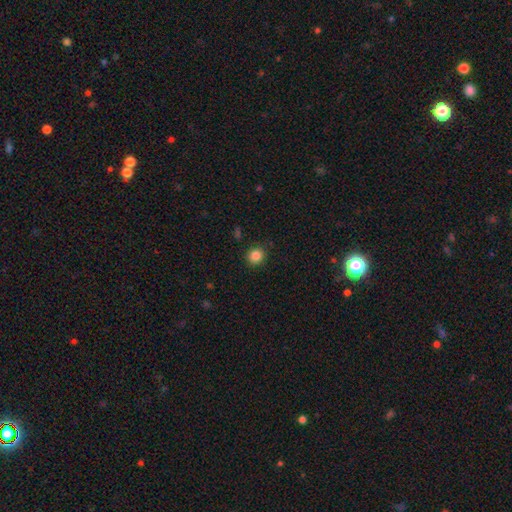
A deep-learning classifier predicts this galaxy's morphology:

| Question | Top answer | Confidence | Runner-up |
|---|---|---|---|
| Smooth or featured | smooth | 85% | star or artifact (11%) |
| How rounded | round | 88% | in between (11%) |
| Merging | none | 90% | minor disturbance (7%) |